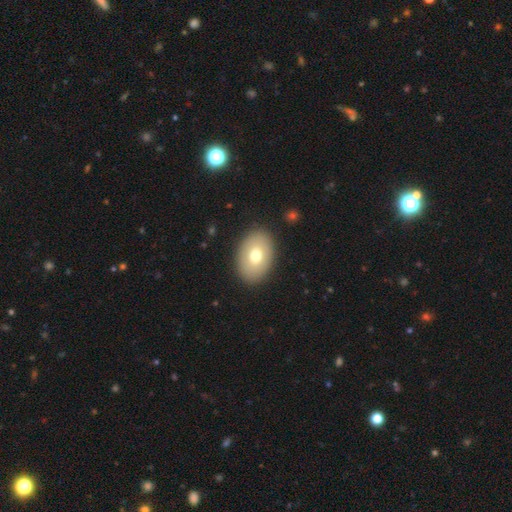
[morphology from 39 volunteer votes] A smooth galaxy with no disk features (67%) that is in between round and cigar-shaped (85%). Merging: none (89%).